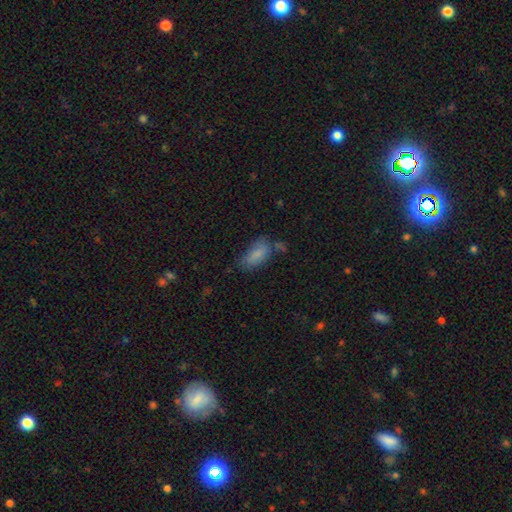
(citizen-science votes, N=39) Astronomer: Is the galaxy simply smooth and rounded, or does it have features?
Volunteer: smooth — 77%.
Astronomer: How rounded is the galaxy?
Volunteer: in between — 93%.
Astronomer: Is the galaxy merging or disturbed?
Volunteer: none — 53% (runner-up: minor disturbance, 41%).